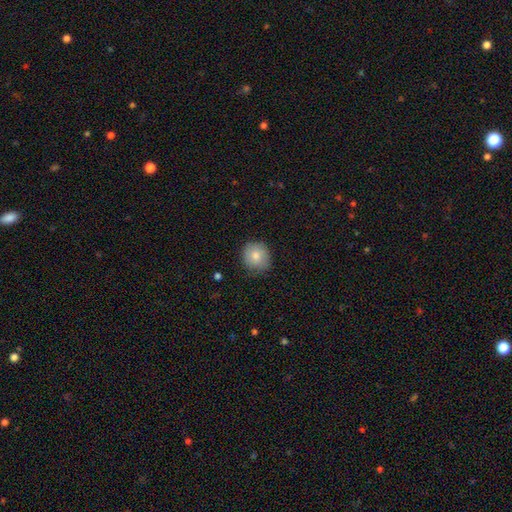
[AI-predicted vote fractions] Smooth or featured?
  - smooth: 81% *
  - featured or disk: 12%
  - star or artifact: 8%
How rounded?
  - round: 86% *
  - in between: 13%
  - cigar-shaped: 1%
Merging?
  - none: 79% *
  - minor disturbance: 17%
  - major disturbance: 3%
  - merger: 1%